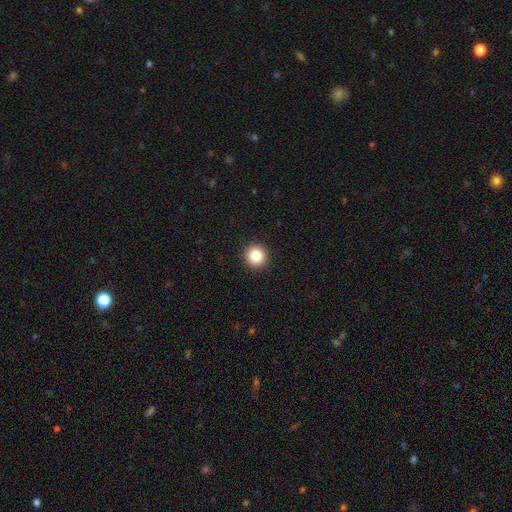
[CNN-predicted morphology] A smooth galaxy with no disk features (86%) that is round (94%). Merging: none (93%).